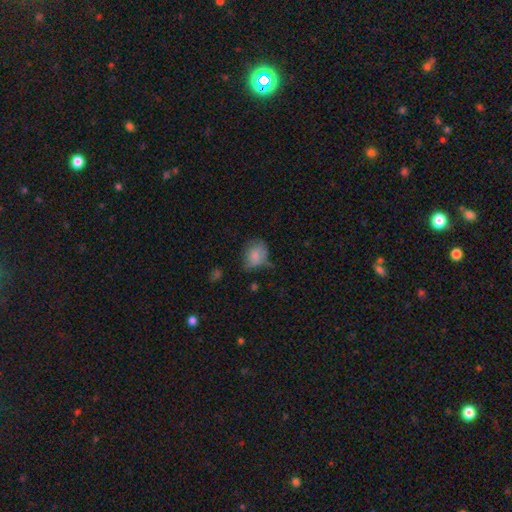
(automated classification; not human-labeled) Overall: smooth (76%). How rounded: in between (64%; round 35%). Merging: none (47%; minor disturbance 35%).